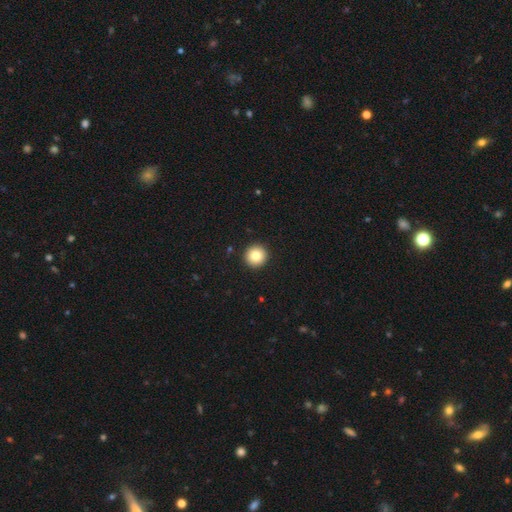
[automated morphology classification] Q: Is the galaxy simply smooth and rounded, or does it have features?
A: smooth — 82%.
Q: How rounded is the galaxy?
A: round — 95%.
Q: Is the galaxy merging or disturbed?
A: none — 93%.